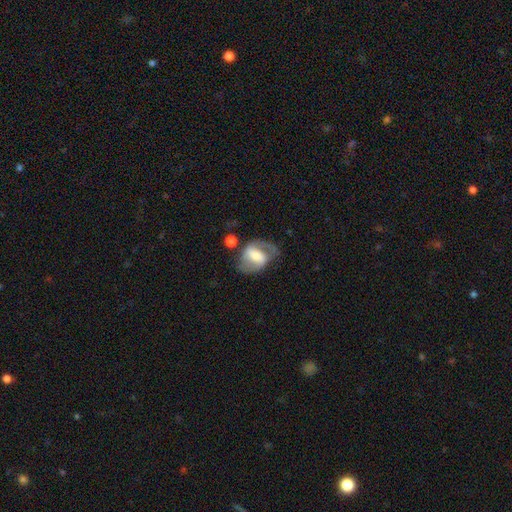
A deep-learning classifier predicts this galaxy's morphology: smooth_or_featured: featured or disk (p=0.66) [alt: smooth p=0.27]
disk_edge_on: no (p=0.95) [alt: yes p=0.05]
bar: strong (p=0.45) [alt: weak p=0.37]
has_spiral_arms: yes (p=0.77) [alt: no p=0.23]
bulge_size: moderate (p=0.43) [alt: small p=0.24]
merging: none (p=0.57) [alt: minor disturbance p=0.21]